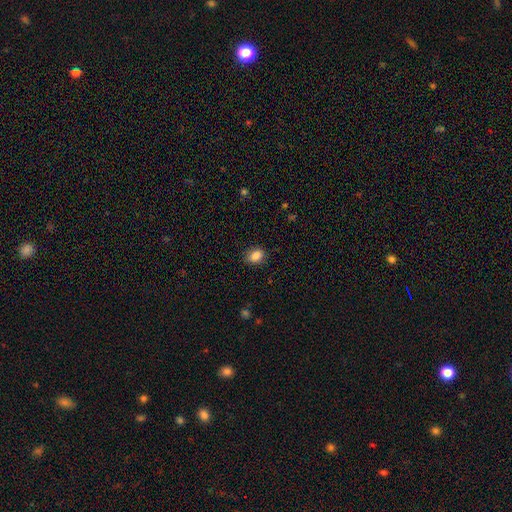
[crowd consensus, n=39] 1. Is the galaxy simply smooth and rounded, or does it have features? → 90% smooth, 5% featured or disk, 5% star or artifact.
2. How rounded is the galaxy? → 86% in between, 14% round, 0% cigar-shaped.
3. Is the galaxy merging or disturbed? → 78% none, 19% minor disturbance, 3% major disturbance, 0% merger.